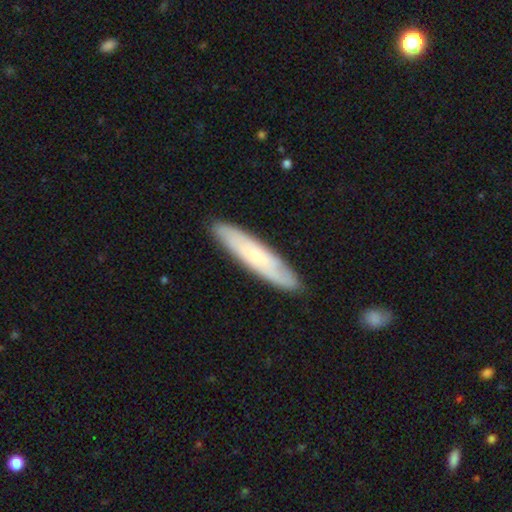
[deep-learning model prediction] featured or disk 49%, smooth 45%, star or artifact 6%. Down the decision tree: merging — none (87%).